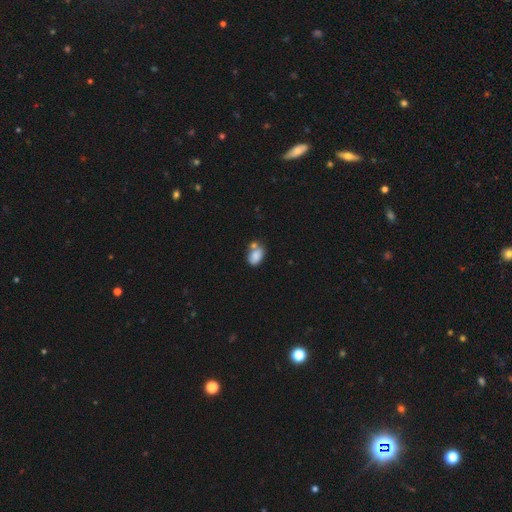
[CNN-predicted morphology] Smooth or featured?
  - smooth: 82% *
  - featured or disk: 10%
  - star or artifact: 8%
How rounded?
  - in between: 83% *
  - round: 16%
  - cigar-shaped: 1%
Merging?
  - none: 42% *
  - merger: 36%
  - minor disturbance: 17%
  - major disturbance: 5%